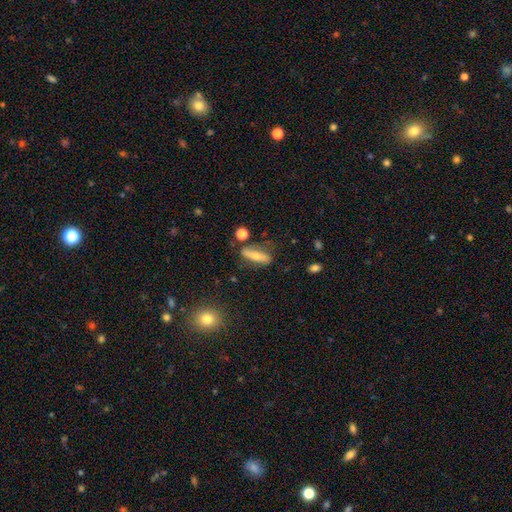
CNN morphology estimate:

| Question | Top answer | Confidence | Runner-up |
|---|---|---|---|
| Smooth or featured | smooth | 49% | featured or disk (43%) |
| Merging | none | 69% | minor disturbance (19%) |